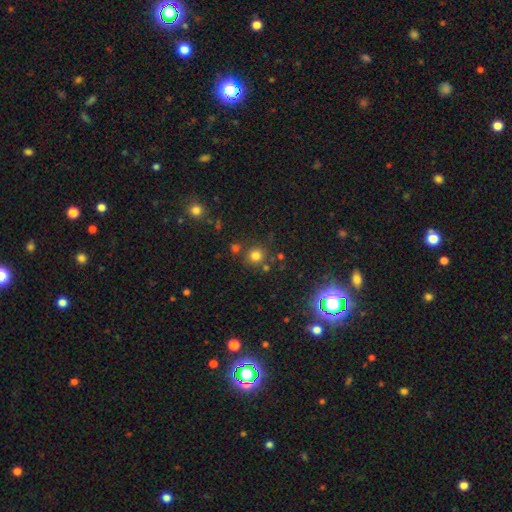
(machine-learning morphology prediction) A smooth galaxy with no disk features (75%) that is round (91%).

Vote fractions:
- Smooth or featured? smooth: 75% / star or artifact: 18% / featured or disk: 7%
- How rounded? round: 91% / in between: 8% / cigar-shaped: 1%
- Merging? none: 77% / merger: 10% / minor disturbance: 9% / major disturbance: 4%